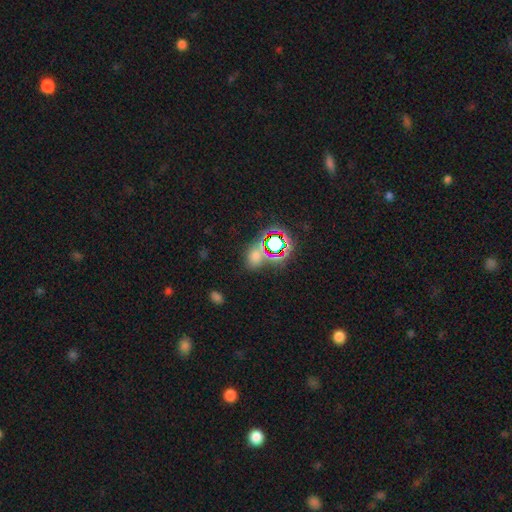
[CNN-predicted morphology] type=smooth (47%); merging=none (61%).